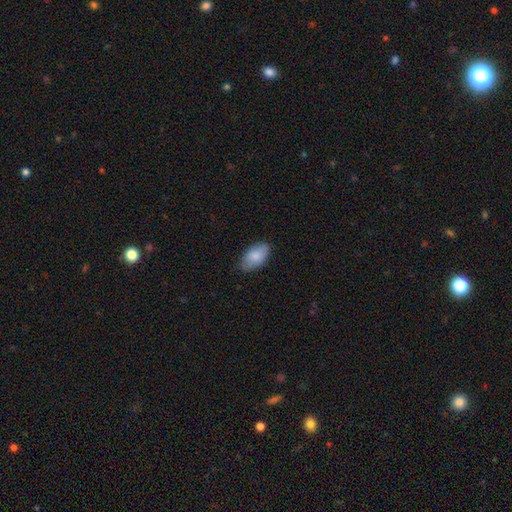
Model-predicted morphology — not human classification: Smooth or featured: smooth — 85% (featured or disk — 9%)
How rounded: in between — 94% (round — 4%)
Merging: none — 80% (minor disturbance — 16%)